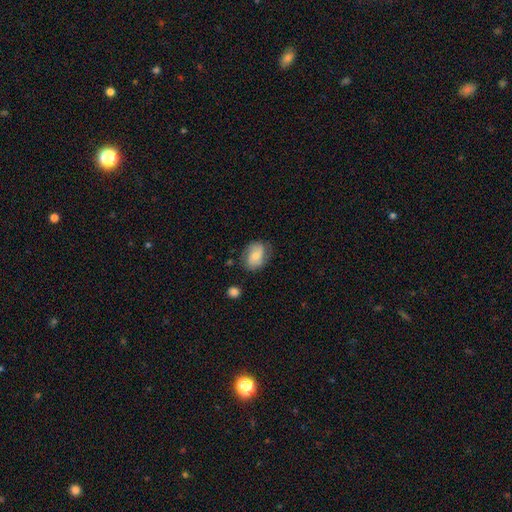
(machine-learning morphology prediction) This is possibly a smooth galaxy (57%). How rounded: likely in between (65%). Merging: likely none (71%).